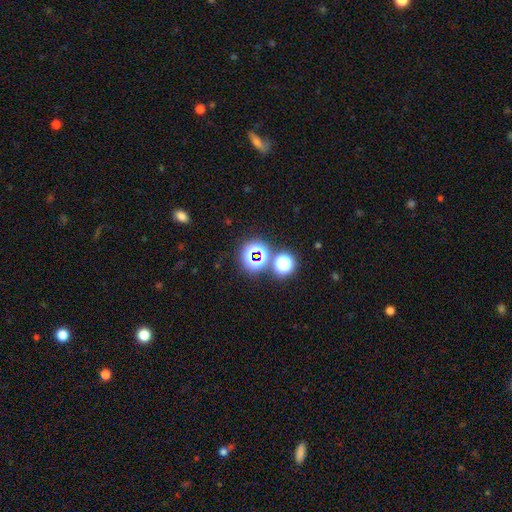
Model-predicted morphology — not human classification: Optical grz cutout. It shows a star or artifact, not a galaxy (59%).